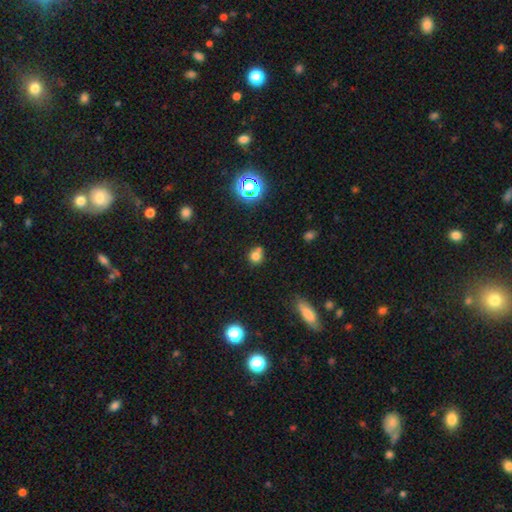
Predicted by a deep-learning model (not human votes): Q: Smooth or featured?
A: smooth (73%); runner-up: star or artifact (18%)
Q: How rounded?
A: round (83%); runner-up: in between (16%)
Q: Merging?
A: none (54%); runner-up: merger (31%)